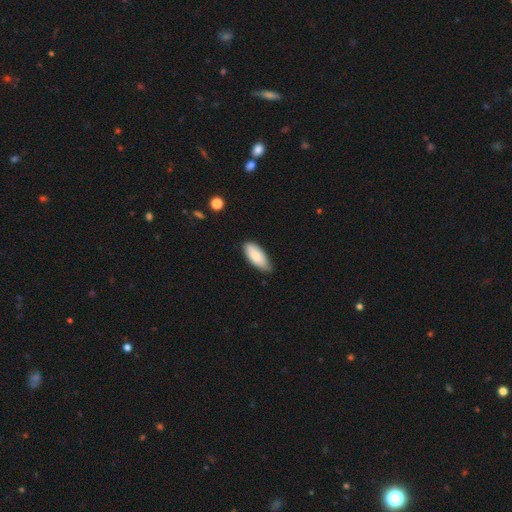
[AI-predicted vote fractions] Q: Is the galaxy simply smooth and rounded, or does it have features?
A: smooth — 81%.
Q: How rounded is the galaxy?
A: in between — 86%.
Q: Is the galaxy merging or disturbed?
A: none — 68%.